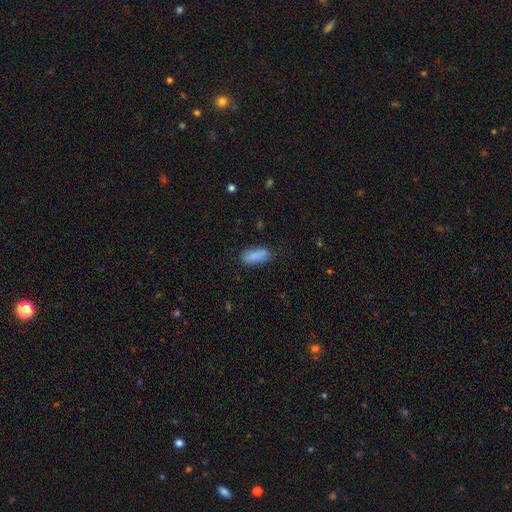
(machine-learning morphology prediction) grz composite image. It shows a smooth galaxy with no disk features (86%) that is in between round and cigar-shaped (81%). Merging: none (73%).